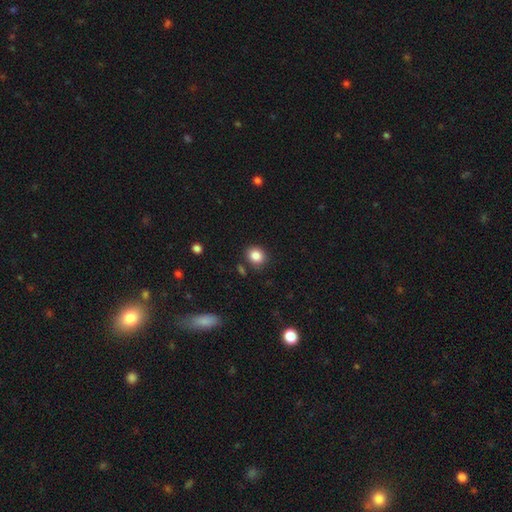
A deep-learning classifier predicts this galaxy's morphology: Smooth or featured?
  - smooth: 85% *
  - star or artifact: 10%
  - featured or disk: 5%
How rounded?
  - round: 70% *
  - in between: 29%
  - cigar-shaped: 1%
Merging?
  - none: 83% *
  - minor disturbance: 10%
  - merger: 4%
  - major disturbance: 3%